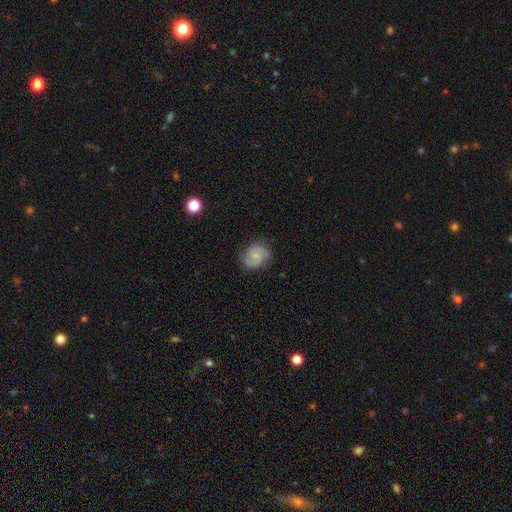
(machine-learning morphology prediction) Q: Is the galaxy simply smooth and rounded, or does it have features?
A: featured or disk — 68%.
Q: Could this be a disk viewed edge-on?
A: no — 98%.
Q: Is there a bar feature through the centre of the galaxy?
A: no — 62%.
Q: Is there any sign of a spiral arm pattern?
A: yes — 94%.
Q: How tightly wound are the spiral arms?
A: medium — 48%.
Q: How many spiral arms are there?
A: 2 — 81%.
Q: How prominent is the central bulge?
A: small — 64%.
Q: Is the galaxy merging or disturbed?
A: none — 78%.